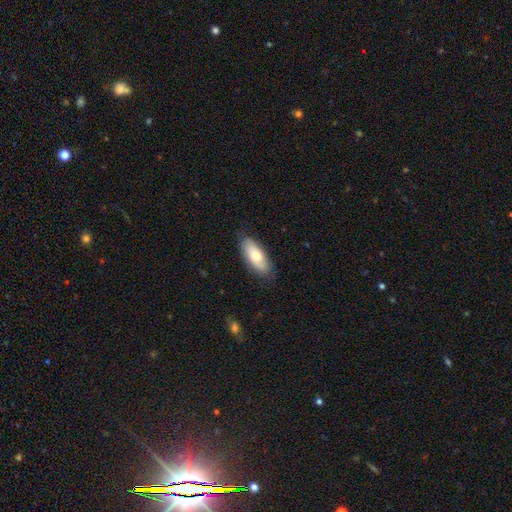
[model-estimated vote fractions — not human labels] Smooth or featured? smooth (69%)
How rounded? in between (79%)
Merging? none (80%)